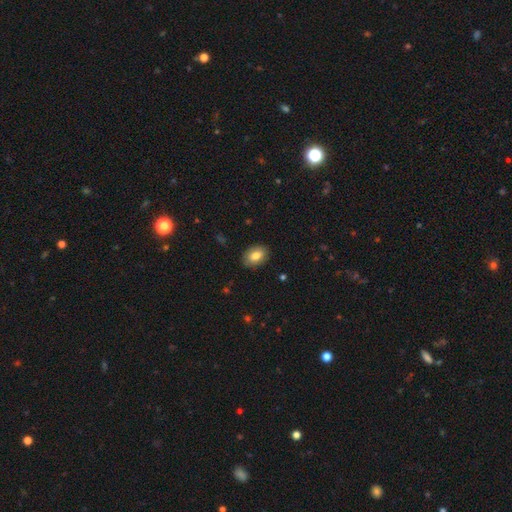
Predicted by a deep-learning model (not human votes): Smooth or featured? Predicted: smooth (p=0.83). How rounded? Predicted: in between (p=0.82). Merging? Predicted: none (p=0.88).